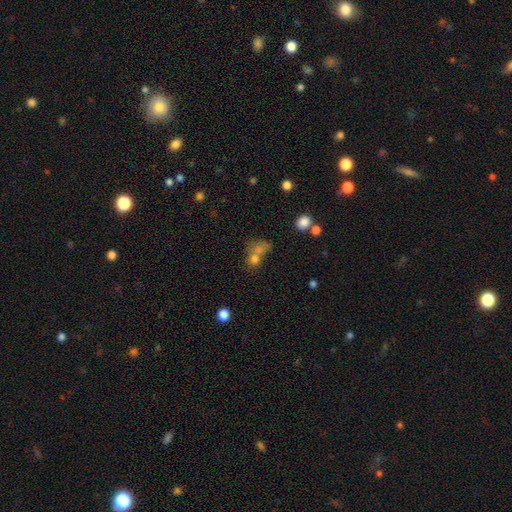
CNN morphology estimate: Smooth or featured?
  - smooth: 69% *
  - star or artifact: 17%
  - featured or disk: 13%
How rounded?
  - round: 61% *
  - in between: 36%
  - cigar-shaped: 3%
Merging?
  - merger: 52% *
  - none: 32%
  - minor disturbance: 9%
  - major disturbance: 8%